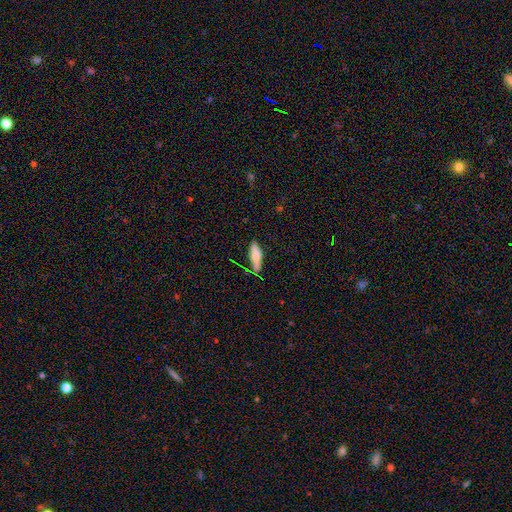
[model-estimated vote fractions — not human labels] Smooth or featured: smooth — 72% (featured or disk — 21%)
How rounded: cigar-shaped — 62% (in between — 35%)
Merging: none — 71% (minor disturbance — 20%)